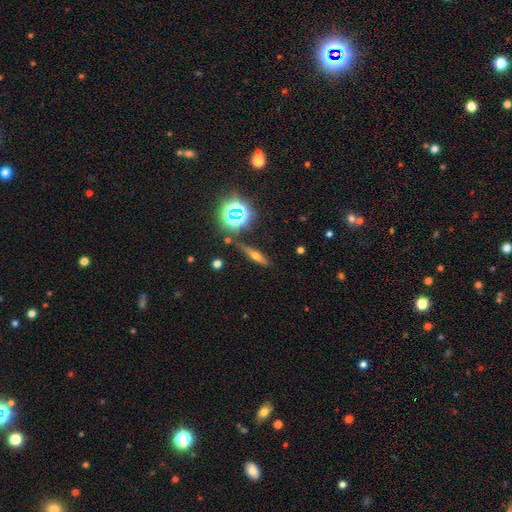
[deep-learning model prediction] Smooth or featured? featured or disk (43%)
Merging? none (79%)